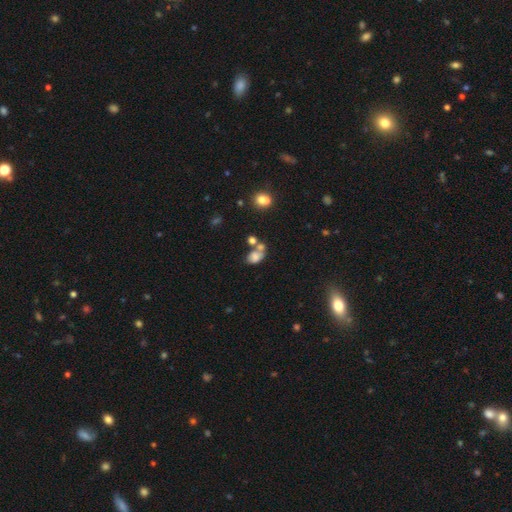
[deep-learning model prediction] Smooth or featured? Predicted: smooth (p=0.67). How rounded? Predicted: in between (p=0.76). Merging? Predicted: merger (p=0.45).